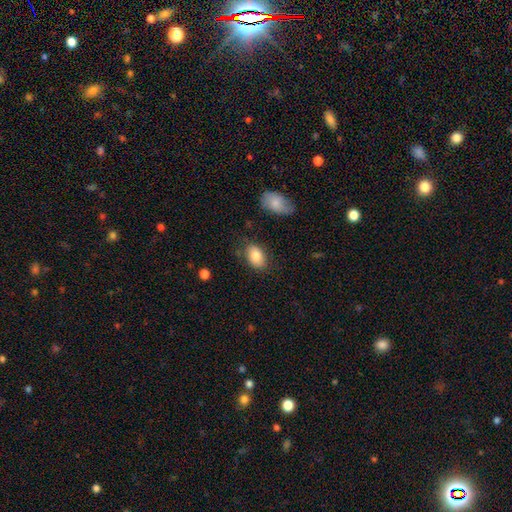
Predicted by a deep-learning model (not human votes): This is clearly a smooth galaxy (83%). How rounded: clearly in between (86%). Merging: likely none (77%).